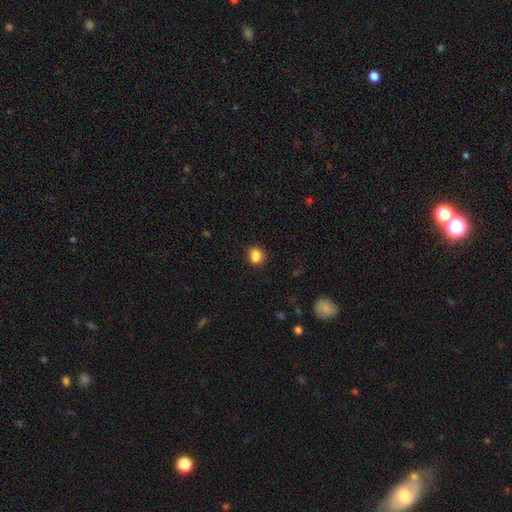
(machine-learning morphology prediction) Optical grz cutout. It shows a smooth galaxy with no disk features (84%) that is round (64%). Merging: none (69%).